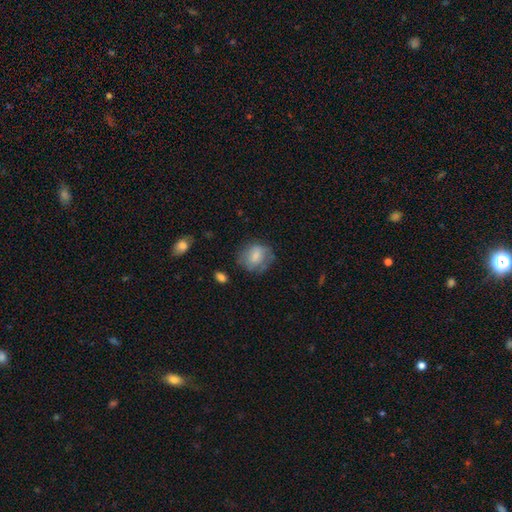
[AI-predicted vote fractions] The model was most divided on "how rounded": round: 57%, in between: 42%, cigar-shaped: 1%. More confident: smooth or featured — smooth (66%); merging — none (58%).